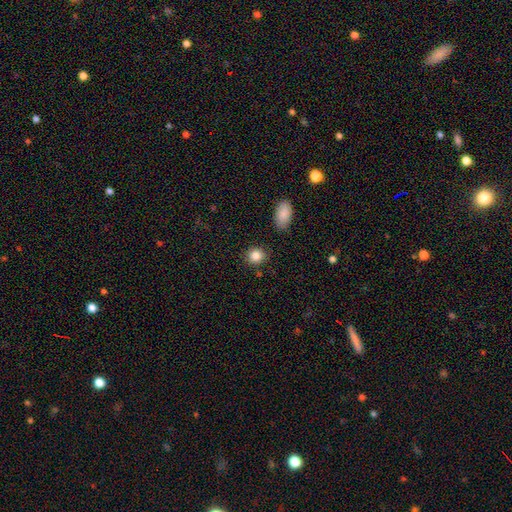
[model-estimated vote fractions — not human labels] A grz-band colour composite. It shows a smooth galaxy with no disk features (86%) that is round (75%). Merging: none (86%).